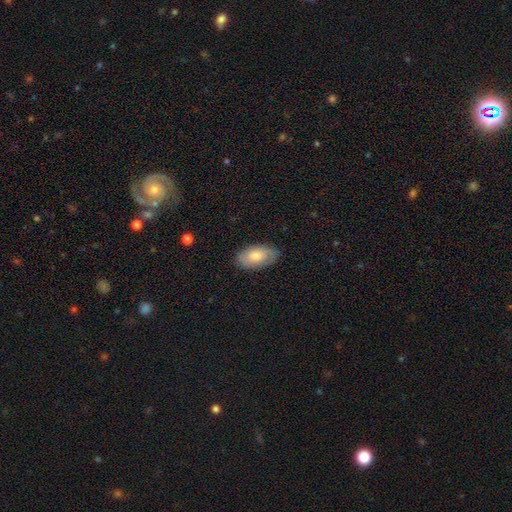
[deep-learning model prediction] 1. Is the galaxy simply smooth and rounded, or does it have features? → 74% smooth, 20% featured or disk, 6% star or artifact.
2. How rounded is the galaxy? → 94% in between, 3% round, 2% cigar-shaped.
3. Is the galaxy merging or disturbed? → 84% none, 13% minor disturbance, 2% major disturbance, 1% merger.